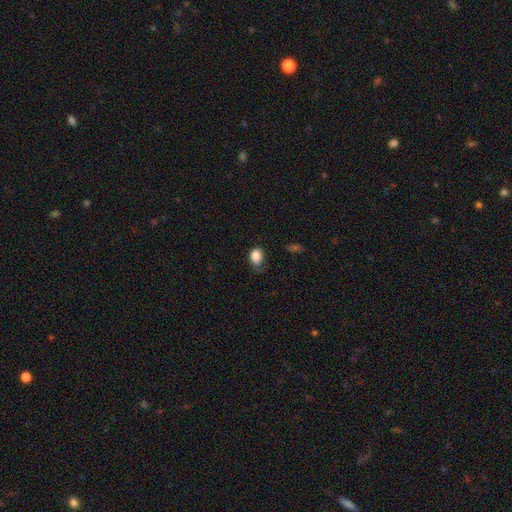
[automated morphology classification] The model was most divided on "merging": none: 55%, minor disturbance: 33%, major disturbance: 11%, merger: 2%. More confident: smooth or featured — smooth (85%); how rounded — in between (63%).